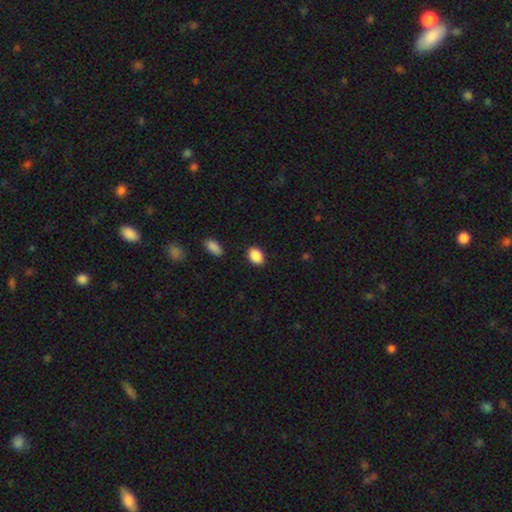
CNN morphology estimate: Smooth or featured? smooth (89%)
How rounded? in between (77%)
Merging? none (87%)